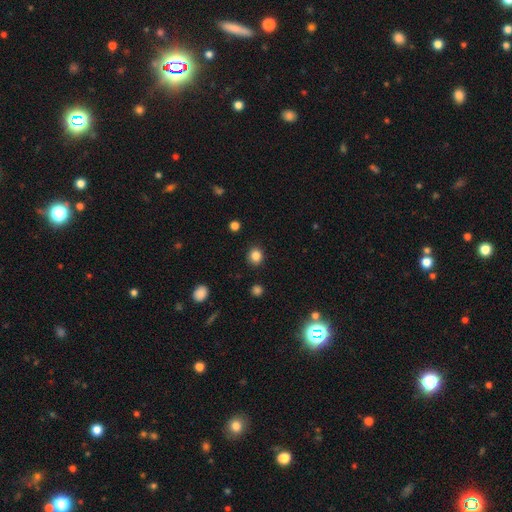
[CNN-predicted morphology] A smooth galaxy with no disk features (84%) that is round (78%).

Vote fractions:
- Smooth or featured? smooth: 84% / star or artifact: 11% / featured or disk: 4%
- How rounded? round: 78% / in between: 21% / cigar-shaped: 1%
- Merging? none: 89% / minor disturbance: 7% / major disturbance: 2% / merger: 1%